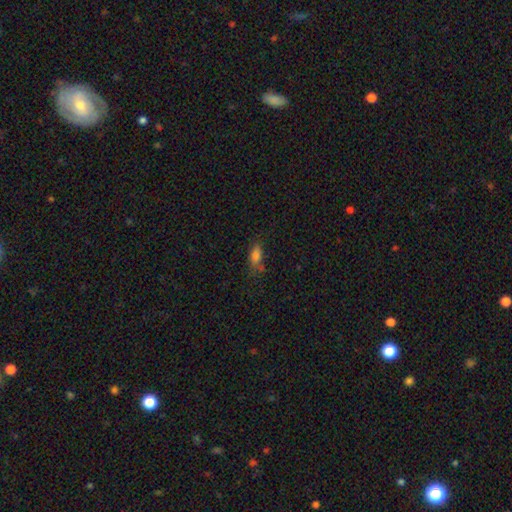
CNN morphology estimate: smooth_or_featured: smooth (p=0.74) [alt: star or artifact p=0.16]
how_rounded: in between (p=0.76) [alt: cigar-shaped p=0.19]
merging: none (p=0.58) [alt: minor disturbance p=0.26]